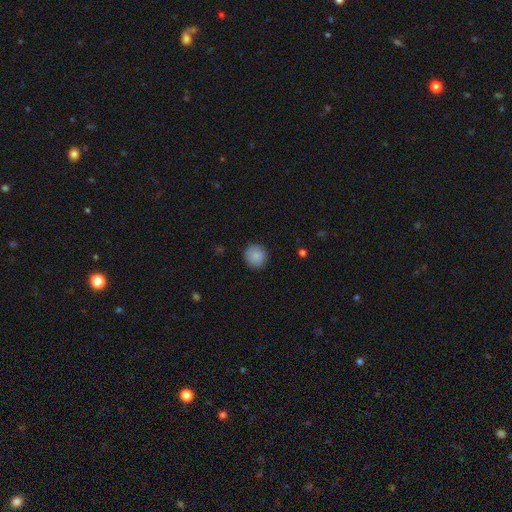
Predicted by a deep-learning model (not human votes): smooth-or-featured: smooth: 87% | star or artifact: 8% | featured or disk: 5%
  how-rounded: round: 94% | in between: 5% | cigar-shaped: 1%
  merging: none: 89% | minor disturbance: 8% | major disturbance: 2% | merger: 1%